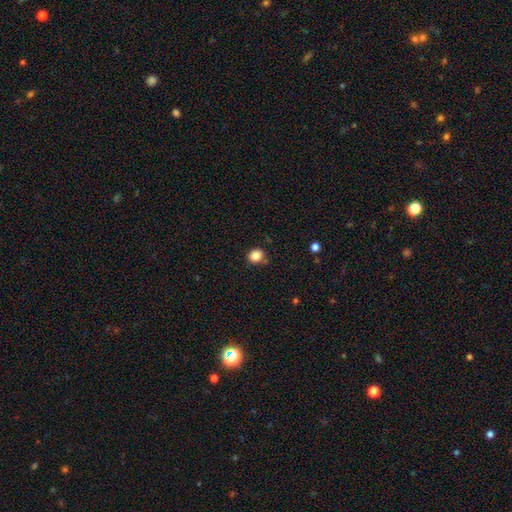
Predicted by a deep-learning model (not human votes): smooth_or_featured: smooth (p=0.85) [alt: star or artifact p=0.11]
how_rounded: round (p=0.75) [alt: in between p=0.24]
merging: none (p=0.82) [alt: minor disturbance p=0.12]